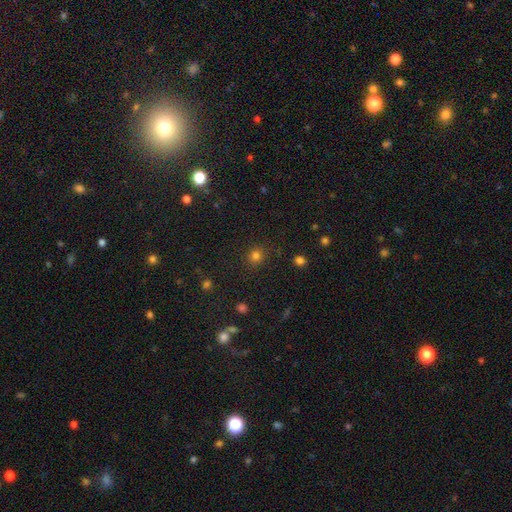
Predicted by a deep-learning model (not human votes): This is likely a smooth galaxy (79%). How rounded: clearly round (87%). Merging: clearly none (87%).